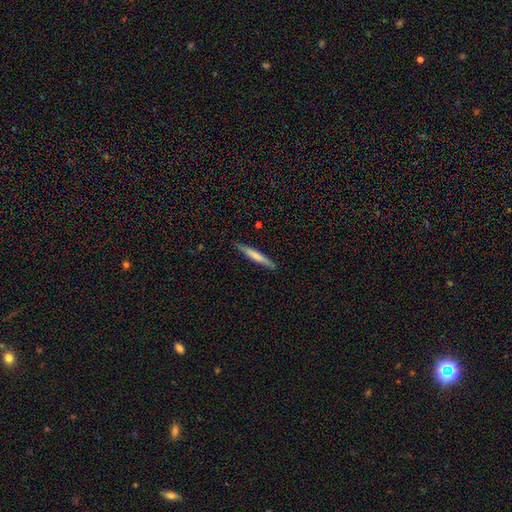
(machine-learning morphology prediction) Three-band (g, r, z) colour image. It shows a smooth galaxy with no disk features (64%) that is cigar-shaped (95%). Merging: none (86%).